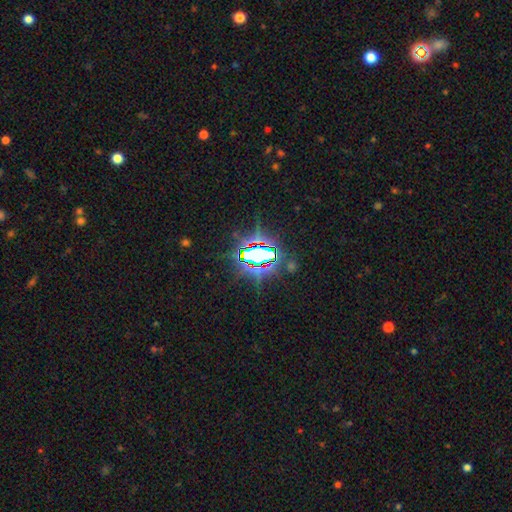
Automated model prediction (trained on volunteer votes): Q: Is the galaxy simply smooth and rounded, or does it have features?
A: star or artifact — 73%.